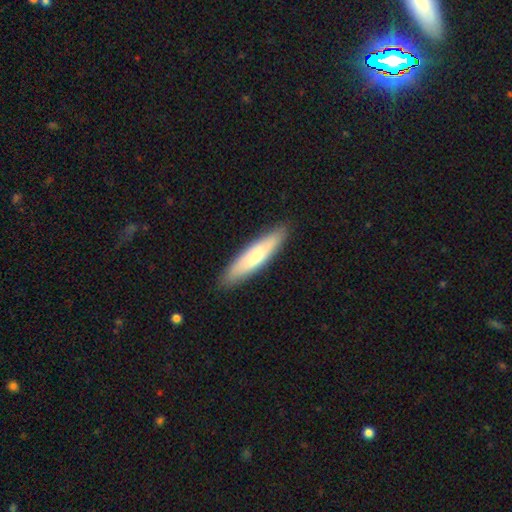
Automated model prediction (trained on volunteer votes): smooth-or-featured: smooth: 66% | featured or disk: 28% | star or artifact: 6%
  how-rounded: cigar-shaped: 82% | in between: 17% | round: 1%
  merging: none: 90% | minor disturbance: 8% | major disturbance: 1% | merger: 1%